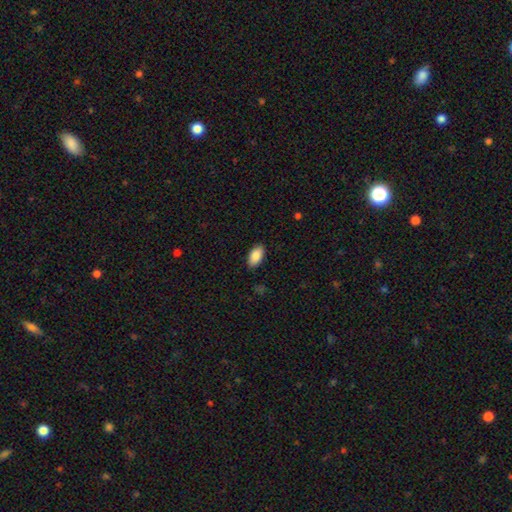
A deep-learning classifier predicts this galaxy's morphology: Smooth or featured? smooth (89%)
How rounded? in between (94%)
Merging? none (88%)